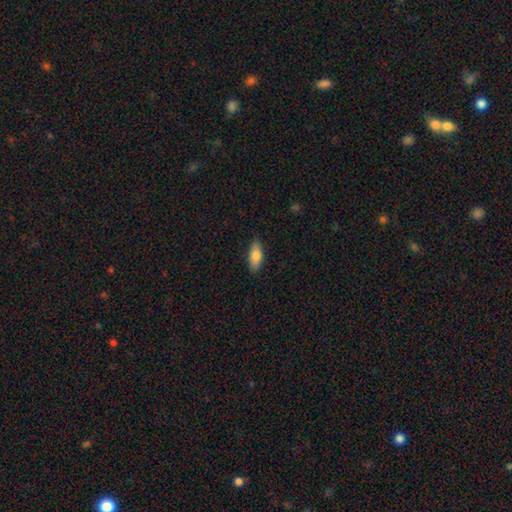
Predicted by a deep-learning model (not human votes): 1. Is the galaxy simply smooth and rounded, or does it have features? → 80% smooth, 13% featured or disk, 6% star or artifact.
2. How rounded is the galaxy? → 79% in between, 19% cigar-shaped, 2% round.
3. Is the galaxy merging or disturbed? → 84% none, 12% minor disturbance, 2% major disturbance, 1% merger.